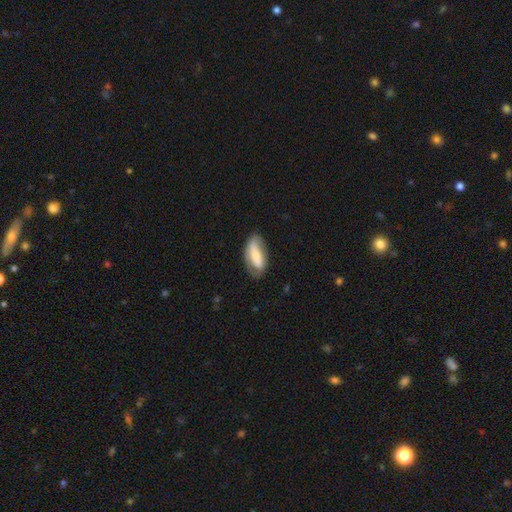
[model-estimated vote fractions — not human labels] Q: Smooth or featured?
A: smooth (53%); runner-up: featured or disk (41%)
Q: How rounded?
A: in between (84%); runner-up: cigar-shaped (13%)
Q: Merging?
A: none (69%); runner-up: minor disturbance (22%)